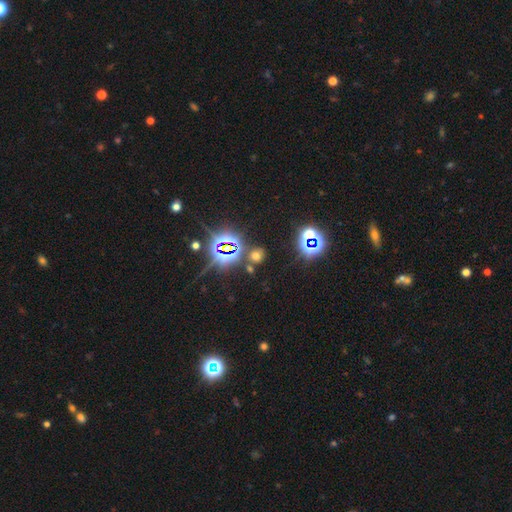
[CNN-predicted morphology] Smooth or featured: star or artifact — 46% (tied with smooth — 46%)